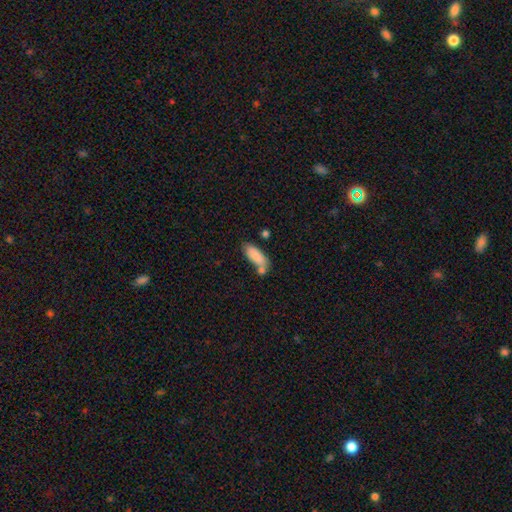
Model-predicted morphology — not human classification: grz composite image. It shows a smooth galaxy with no disk features (85%) that is in between round and cigar-shaped (71%). Merging: none (53%).